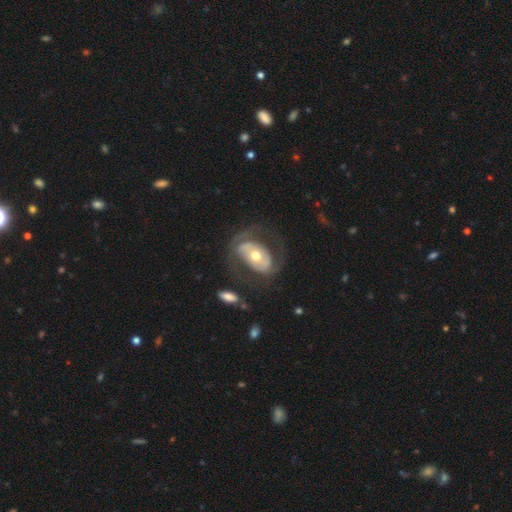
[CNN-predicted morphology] Smooth or featured? featured or disk (71%)
Edge-on disk? no (95%)
Bar? no (50%)
Spiral arms? yes (66%)
Bulge size? moderate (69%)
Merging? none (57%)